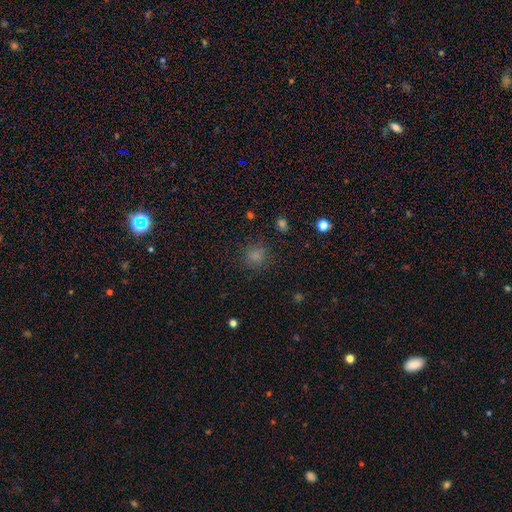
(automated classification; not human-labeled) This is likely a smooth galaxy (77%). How rounded: clearly round (83%). Merging: clearly none (81%).